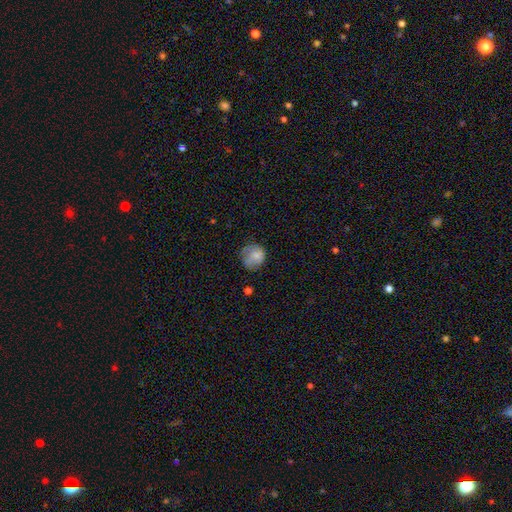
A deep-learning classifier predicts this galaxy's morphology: Smooth or featured? smooth (71%)
How rounded? round (81%)
Merging? none (58%)